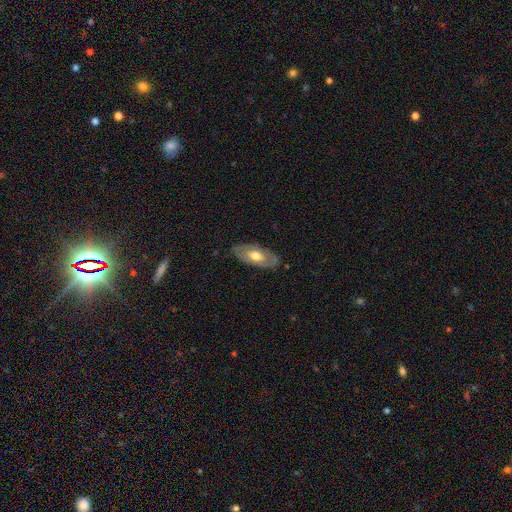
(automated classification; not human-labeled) This is possibly a featured or disk galaxy (52%). It is clearly not viewed edge-on (81%). Merging: likely none (78%).